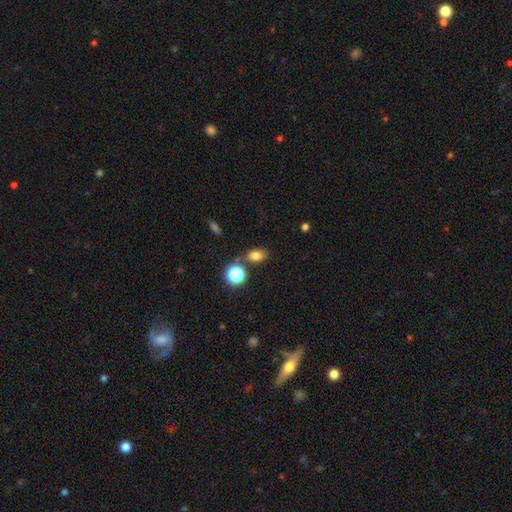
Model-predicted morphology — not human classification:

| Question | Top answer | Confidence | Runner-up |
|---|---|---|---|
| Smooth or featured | smooth | 75% | star or artifact (17%) |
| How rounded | in between | 70% | round (29%) |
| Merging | none | 75% | minor disturbance (13%) |